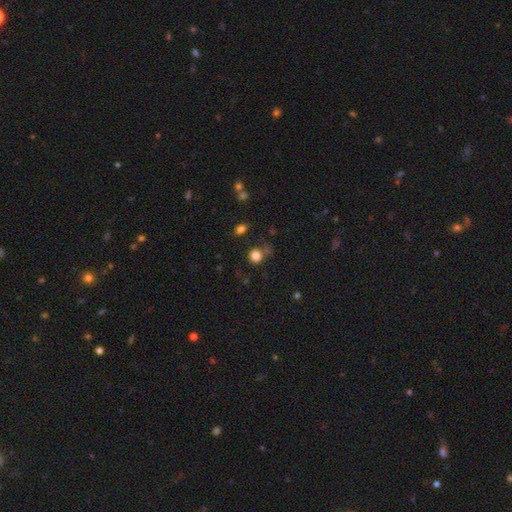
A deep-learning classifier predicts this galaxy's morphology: This appears to be a smooth galaxy with no disk features (82%) that is round (84%). Merging: none (68%).